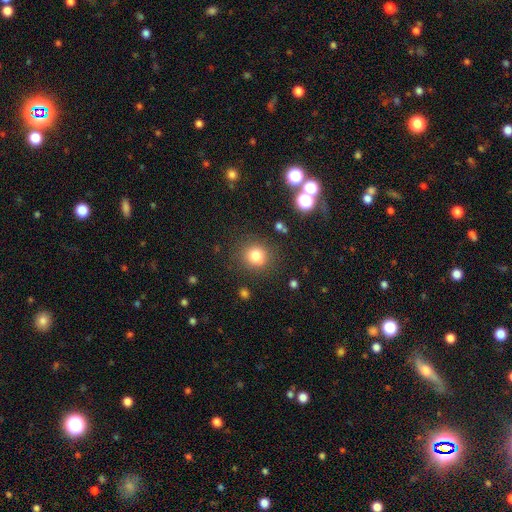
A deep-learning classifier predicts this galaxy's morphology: This appears to be a smooth galaxy with no disk features (80%) that is round (88%). Merging: none (85%).